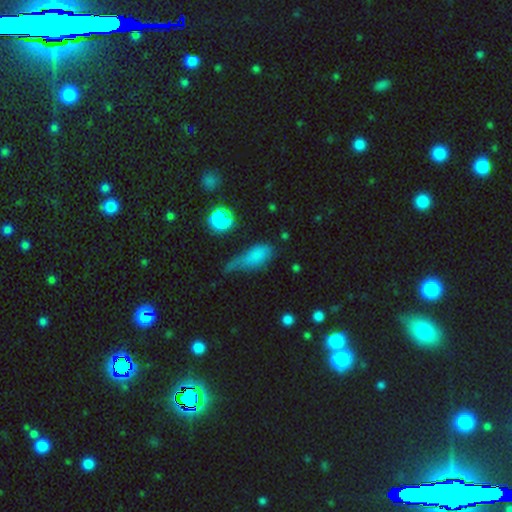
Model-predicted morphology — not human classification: smooth_or_featured: smooth (p=0.72) [alt: star or artifact p=0.15]
how_rounded: in between (p=0.74) [alt: cigar-shaped p=0.17]
merging: none (p=0.33) [alt: minor disturbance p=0.32]